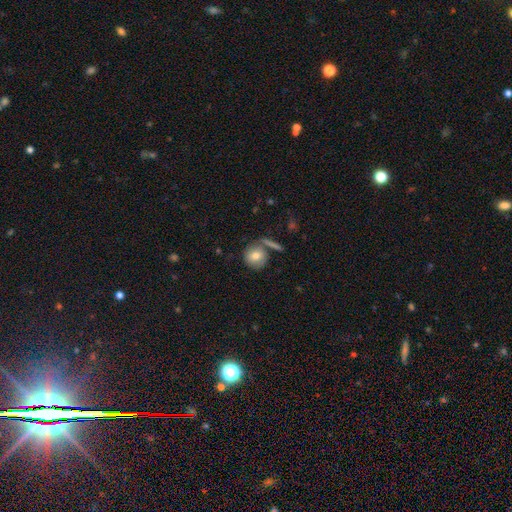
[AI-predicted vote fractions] A smooth galaxy with no disk features (75%) that is round (87%). Merging: none (67%).